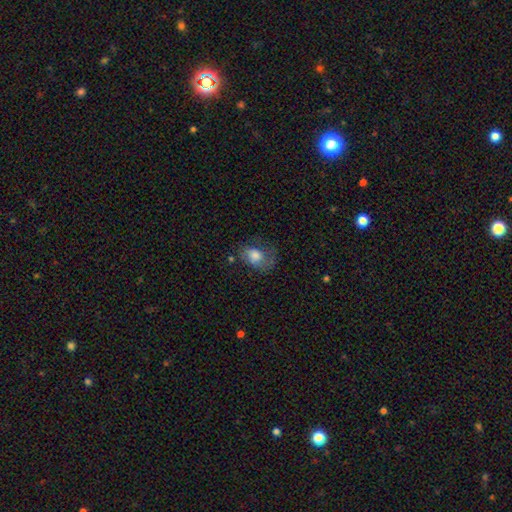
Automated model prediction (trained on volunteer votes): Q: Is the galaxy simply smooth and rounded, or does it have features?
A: smooth — 64%.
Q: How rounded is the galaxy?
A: in between — 67%.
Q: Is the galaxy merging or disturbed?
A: none — 39%.